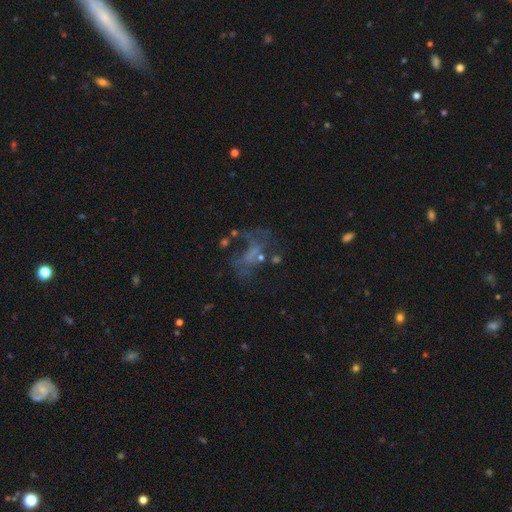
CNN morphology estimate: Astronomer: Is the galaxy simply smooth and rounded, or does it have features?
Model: featured or disk — 51%.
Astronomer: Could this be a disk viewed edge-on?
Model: no — 97%.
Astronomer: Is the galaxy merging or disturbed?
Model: none — 37%, tied with major disturbance at 37%.